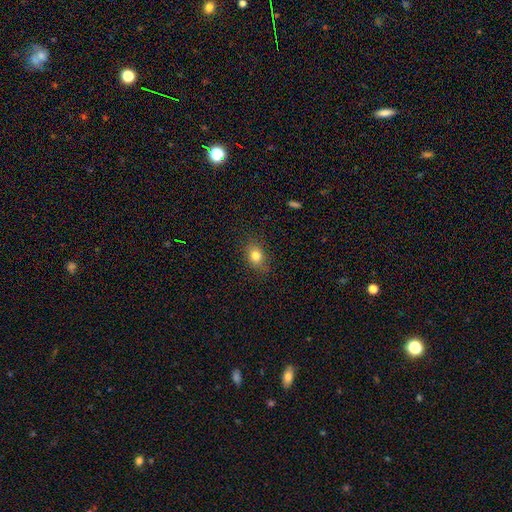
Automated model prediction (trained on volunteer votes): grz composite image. It shows a smooth galaxy with no disk features (80%) that is in between round and cigar-shaped (56%). Merging: none (81%).